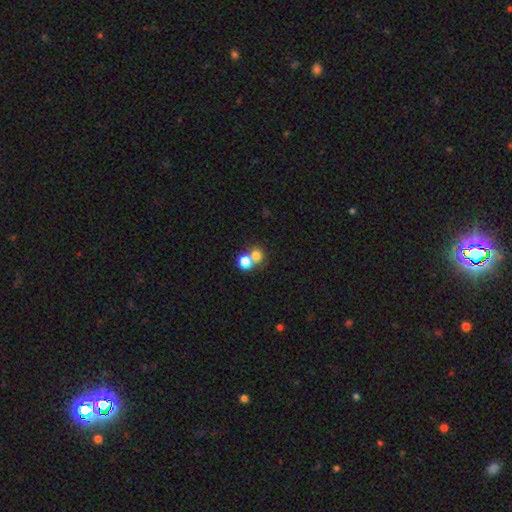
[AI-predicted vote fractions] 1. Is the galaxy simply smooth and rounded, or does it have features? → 76% smooth, 13% star or artifact, 11% featured or disk.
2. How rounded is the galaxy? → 79% round, 20% in between, 1% cigar-shaped.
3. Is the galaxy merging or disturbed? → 54% merger, 38% none, 5% minor disturbance, 3% major disturbance.